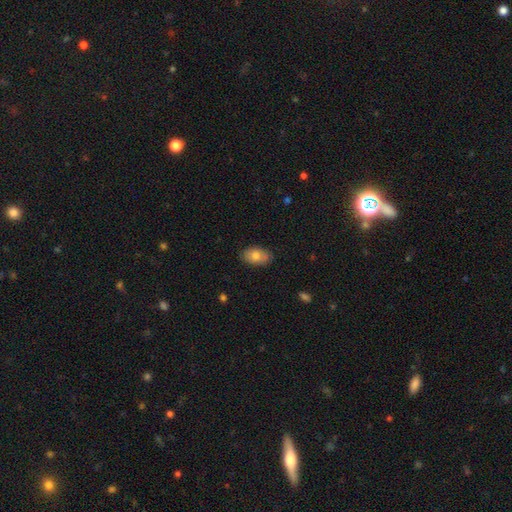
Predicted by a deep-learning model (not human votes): Smooth or featured: smooth — 79% (featured or disk — 14%)
How rounded: in between — 91% (round — 8%)
Merging: none — 84% (minor disturbance — 13%)